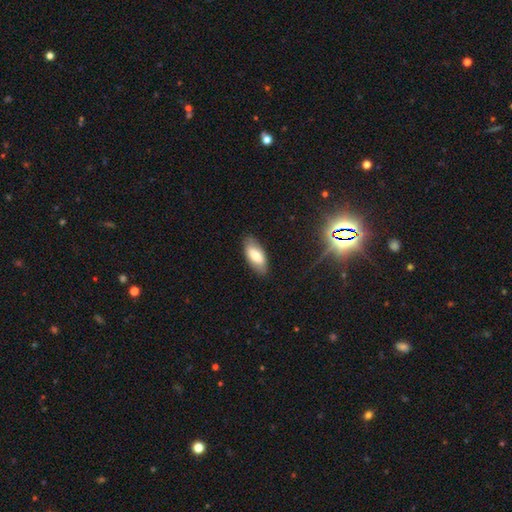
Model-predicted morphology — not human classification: Smooth or featured? smooth (76%)
How rounded? in between (88%)
Merging? none (84%)